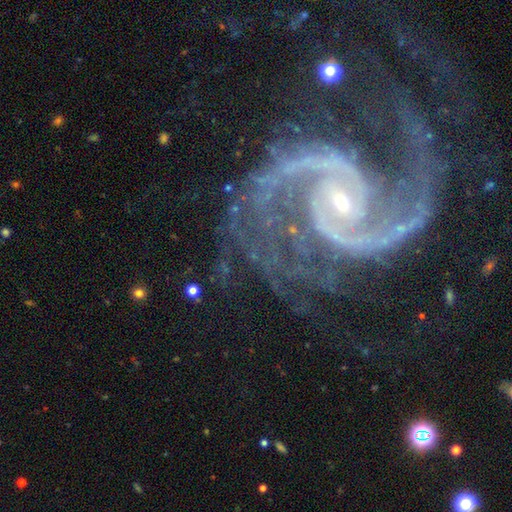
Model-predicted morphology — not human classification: This is clearly a featured or disk galaxy (92%). It is clearly not viewed edge-on (98%). Bar: marginally weak (39%). Spiral arm pattern: clearly yes (98%). Spiral arm count: likely 2 (80%). Spiral winding: possibly medium (56%). Central bulge: likely small (80%). Merging: likely none (62%).